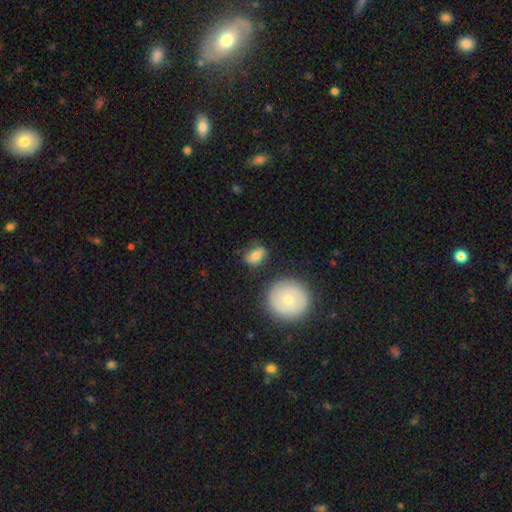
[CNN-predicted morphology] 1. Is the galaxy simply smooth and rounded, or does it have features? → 67% smooth, 25% featured or disk, 8% star or artifact.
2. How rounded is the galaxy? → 73% in between, 23% round, 4% cigar-shaped.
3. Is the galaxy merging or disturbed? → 71% none, 19% minor disturbance, 5% major disturbance, 5% merger.